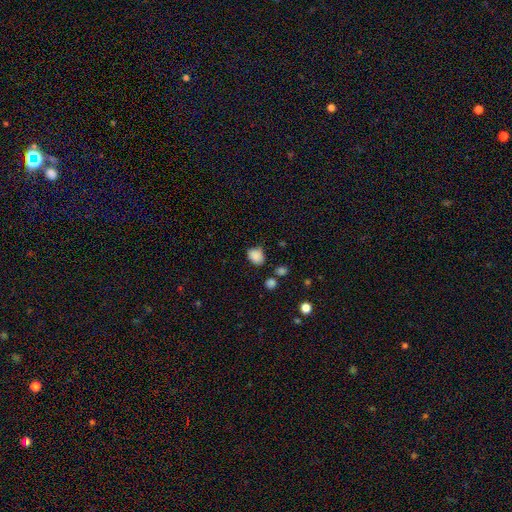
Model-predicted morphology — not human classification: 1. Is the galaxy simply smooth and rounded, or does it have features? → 85% smooth, 10% star or artifact, 4% featured or disk.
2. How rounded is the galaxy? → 60% in between, 39% round, 1% cigar-shaped.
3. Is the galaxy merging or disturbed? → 64% none, 25% minor disturbance, 6% major disturbance, 5% merger.